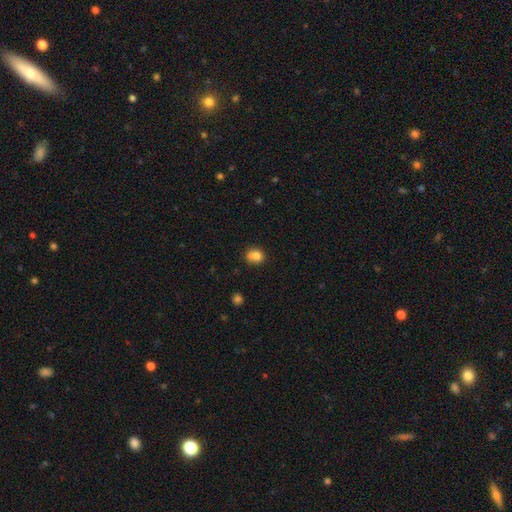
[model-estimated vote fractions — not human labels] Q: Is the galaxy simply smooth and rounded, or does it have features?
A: smooth — 77%.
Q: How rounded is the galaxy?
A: round — 70%.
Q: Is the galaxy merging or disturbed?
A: none — 46%.